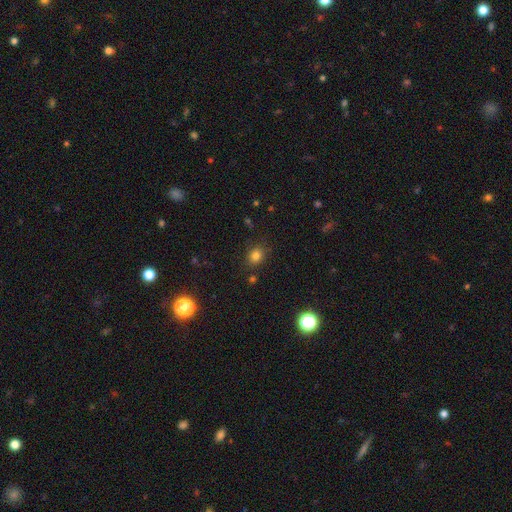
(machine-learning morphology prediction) A smooth galaxy with no disk features (78%) that is round (62%).

Vote fractions:
- Smooth or featured? smooth: 78% / star or artifact: 16% / featured or disk: 6%
- How rounded? round: 62% / in between: 37% / cigar-shaped: 1%
- Merging? none: 83% / minor disturbance: 11% / major disturbance: 3% / merger: 2%